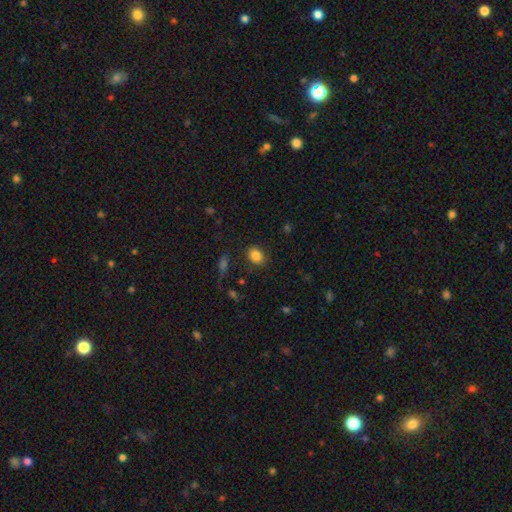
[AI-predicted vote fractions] Overall: smooth (85%). How rounded: in between (57%; round 42%). Merging: none (84%).